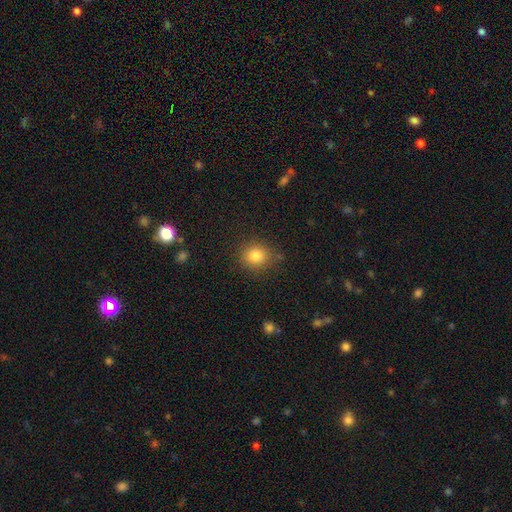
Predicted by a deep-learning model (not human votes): Smooth or featured? smooth (82%)
How rounded? round (79%)
Merging? none (83%)